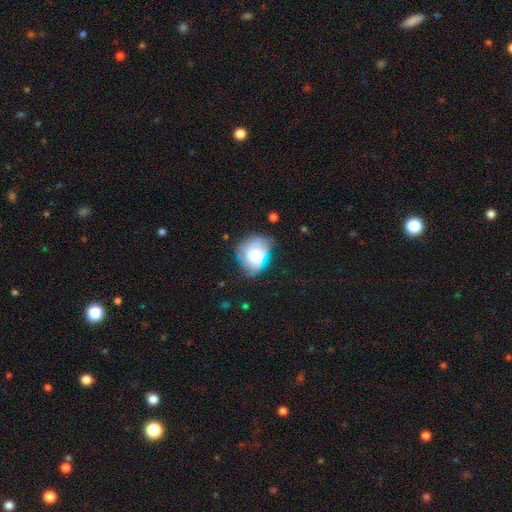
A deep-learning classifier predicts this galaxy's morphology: A smooth galaxy with no disk features (60%) that is round (56%). Merging: none (58%).